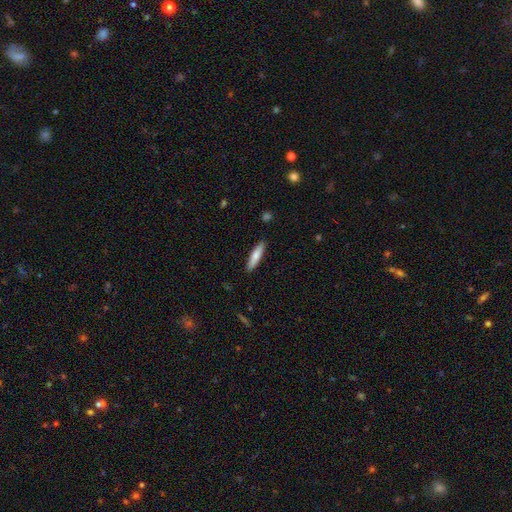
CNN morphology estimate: A smooth galaxy with no disk features (77%) that is cigar-shaped (78%). Merging: none (89%).